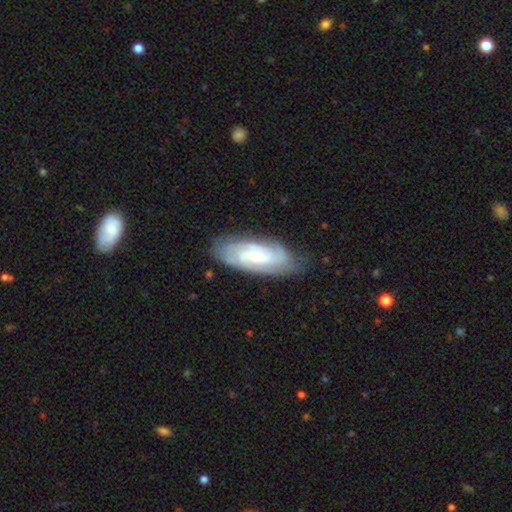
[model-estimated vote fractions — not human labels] Overall: featured or disk (80%). Edge-on disk: no (93%). Bar: no (48%; weak 41%). Spiral arms: yes (96%). Spiral arm count: 2 (36%; can't tell 25%). Spiral winding: tight (62%; medium 32%). Bulge size: small (66%). Merging: none (78%).